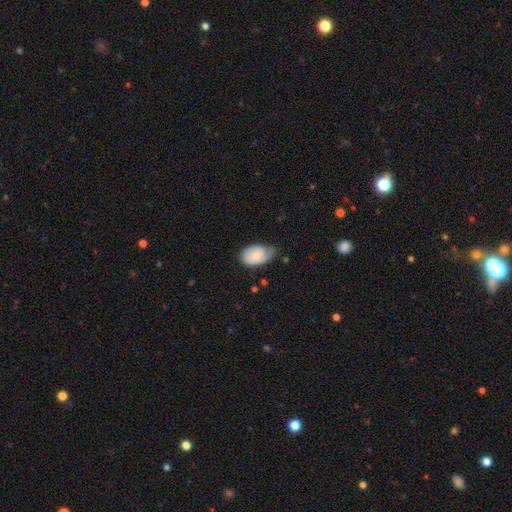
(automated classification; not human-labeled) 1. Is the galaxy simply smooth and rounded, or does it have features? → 67% smooth, 26% featured or disk, 6% star or artifact.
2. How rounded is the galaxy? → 90% in between, 9% round, 1% cigar-shaped.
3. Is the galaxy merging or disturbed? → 44% none, 43% minor disturbance, 11% major disturbance, 2% merger.